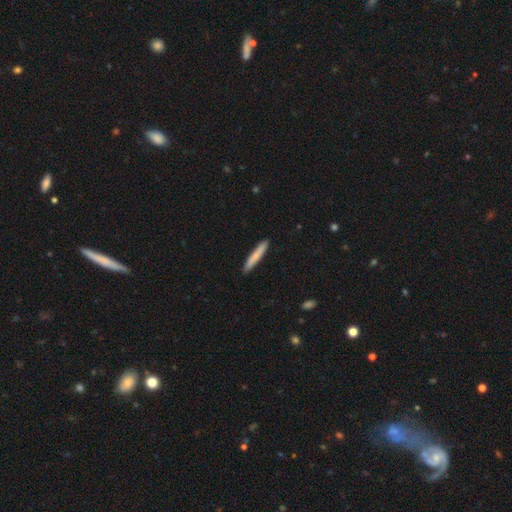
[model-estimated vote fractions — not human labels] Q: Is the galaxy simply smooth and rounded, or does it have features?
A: smooth — 77%.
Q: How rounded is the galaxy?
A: cigar-shaped — 95%.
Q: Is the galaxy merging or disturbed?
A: none — 91%.